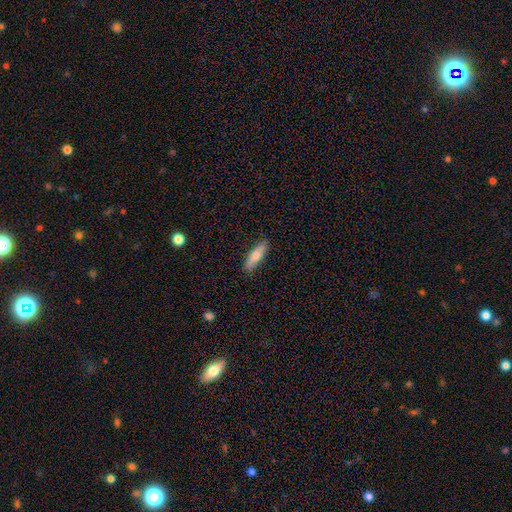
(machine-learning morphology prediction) Smooth or featured: smooth — 65% (featured or disk — 29%)
How rounded: cigar-shaped — 63% (in between — 34%)
Merging: none — 86% (minor disturbance — 11%)